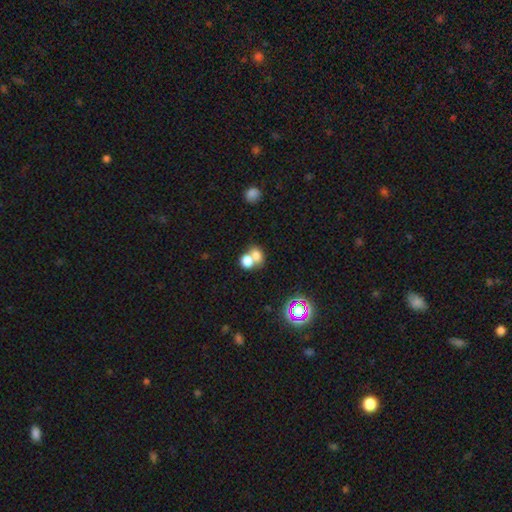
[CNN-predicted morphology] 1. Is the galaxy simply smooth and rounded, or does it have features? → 73% smooth, 14% star or artifact, 13% featured or disk.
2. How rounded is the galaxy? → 55% round, 44% in between, 1% cigar-shaped.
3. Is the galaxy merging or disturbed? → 60% merger, 30% none, 6% minor disturbance, 4% major disturbance.